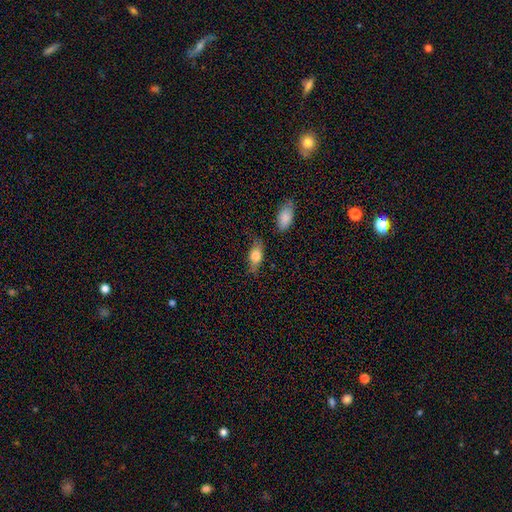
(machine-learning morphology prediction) Smooth or featured? Predicted: smooth (p=0.69). How rounded? Predicted: in between (p=0.78). Merging? Predicted: none (p=0.66).